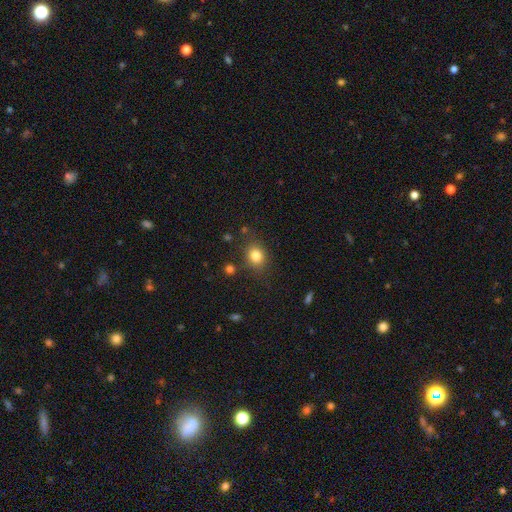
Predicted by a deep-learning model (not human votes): The model was most divided on "how rounded": round: 63%, in between: 36%, cigar-shaped: 1%. More confident: smooth or featured — smooth (83%); merging — none (80%).